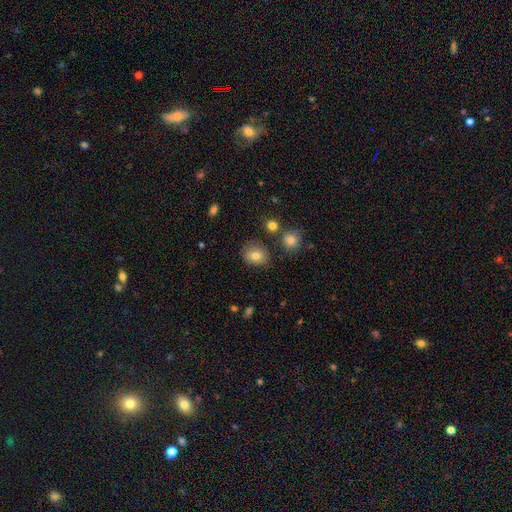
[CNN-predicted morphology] The model was most divided on "how rounded": round: 59%, in between: 40%, cigar-shaped: 1%. More confident: merging — none (79%); smooth or featured — smooth (78%).